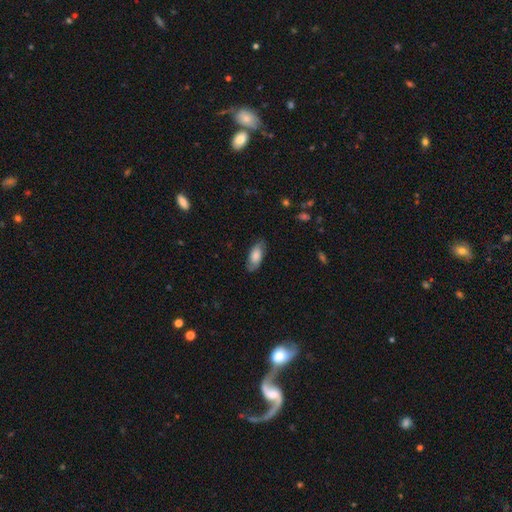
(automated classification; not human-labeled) Smooth or featured? smooth (59%)
How rounded? in between (85%)
Merging? none (79%)